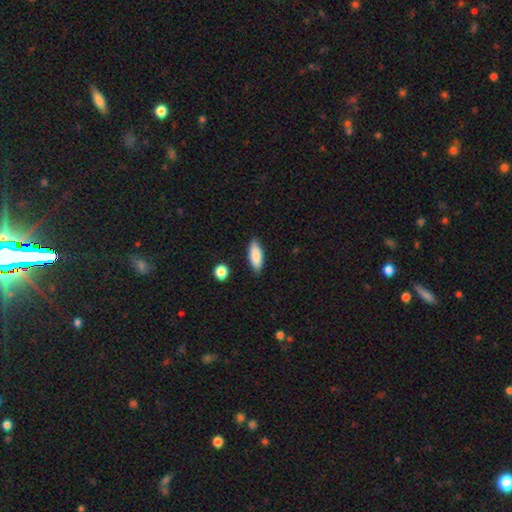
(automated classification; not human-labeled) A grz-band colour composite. It shows a smooth galaxy with no disk features (85%) that is in between round and cigar-shaped (69%). Merging: none (87%).